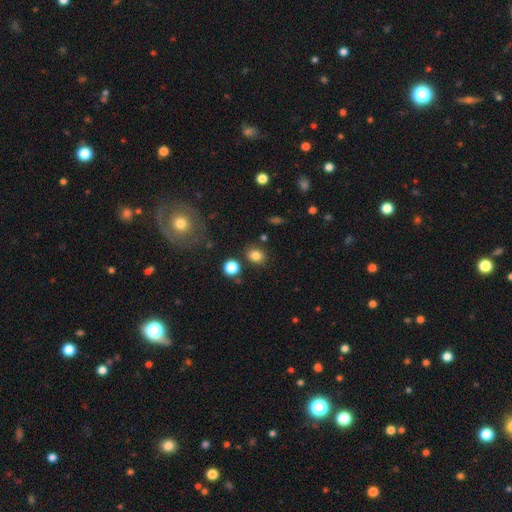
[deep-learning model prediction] The model was most divided on "how rounded": round: 58%, in between: 41%, cigar-shaped: 1%. More confident: smooth or featured — smooth (82%); merging — none (81%).